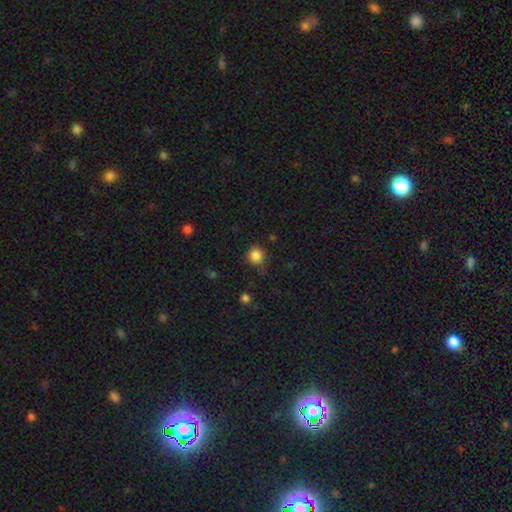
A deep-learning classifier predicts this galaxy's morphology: Smooth or featured? Predicted: smooth (p=0.85). How rounded? Predicted: round (p=0.93). Merging? Predicted: none (p=0.82).